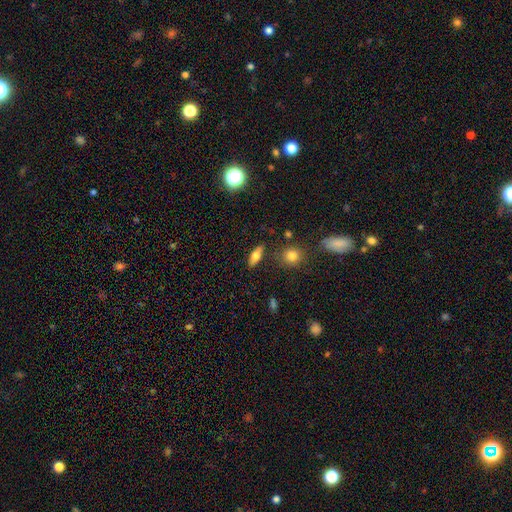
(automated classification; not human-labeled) The model was most divided on "how rounded": in between: 69%, cigar-shaped: 26%, round: 5%. More confident: merging — none (82%); smooth or featured — smooth (71%).